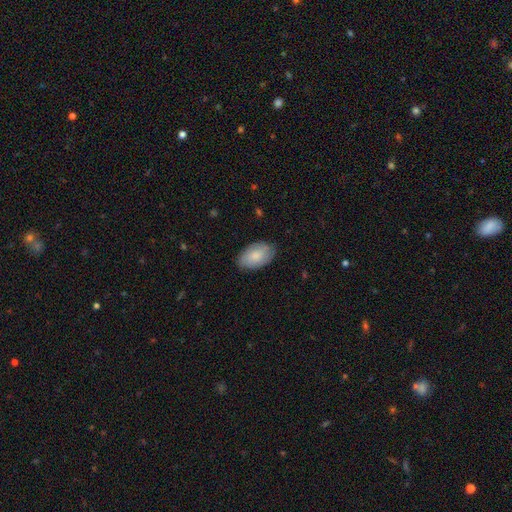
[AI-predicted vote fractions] Smooth or featured?
  - smooth: 84% *
  - featured or disk: 11%
  - star or artifact: 6%
How rounded?
  - in between: 94% *
  - round: 5%
  - cigar-shaped: 1%
Merging?
  - none: 83% *
  - minor disturbance: 14%
  - major disturbance: 3%
  - merger: 1%